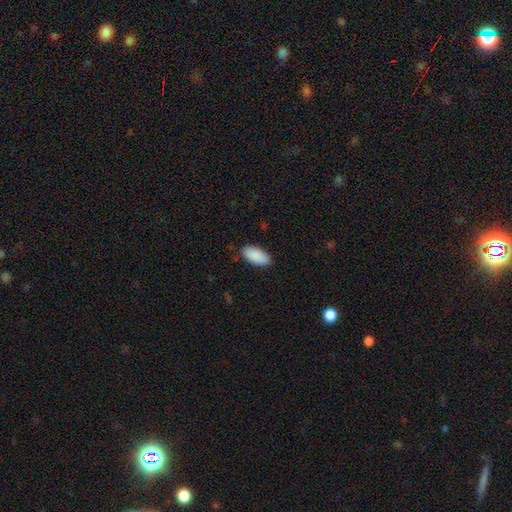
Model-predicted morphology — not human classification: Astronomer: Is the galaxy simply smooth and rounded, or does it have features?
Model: smooth — 90%.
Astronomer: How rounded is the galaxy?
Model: in between — 95%.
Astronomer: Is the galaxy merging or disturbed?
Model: none — 87%.